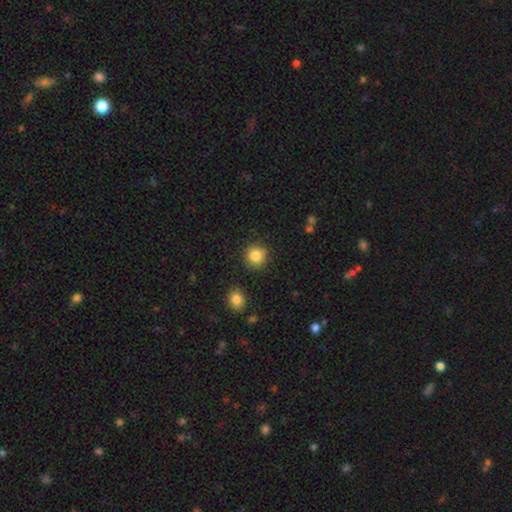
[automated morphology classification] Smooth or featured? smooth (85%)
How rounded? round (91%)
Merging? none (87%)